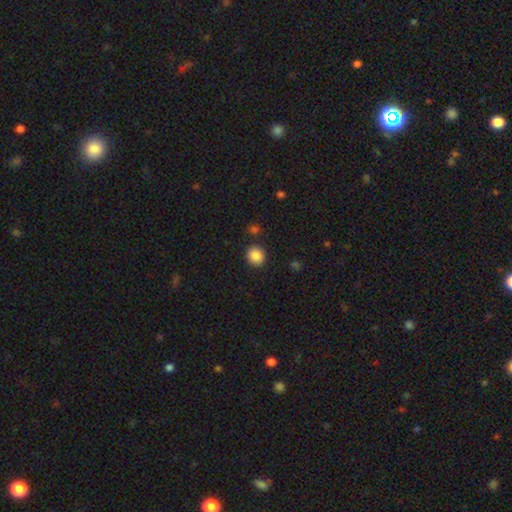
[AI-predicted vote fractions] This is clearly a smooth galaxy (87%). How rounded: clearly round (81%). Merging: clearly none (87%).